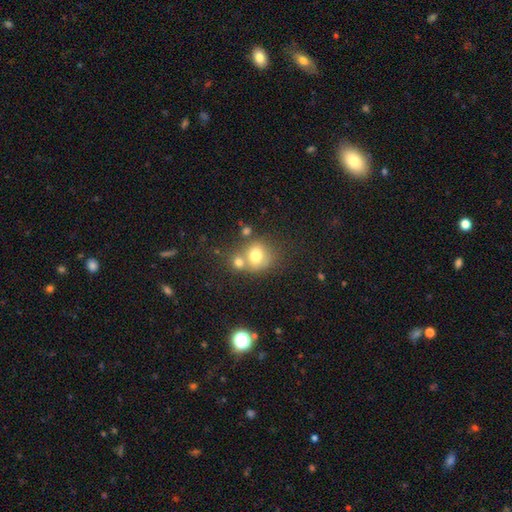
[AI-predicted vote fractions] This appears to be a smooth galaxy with no disk features (73%) that is round (76%). Merging: none (45%).